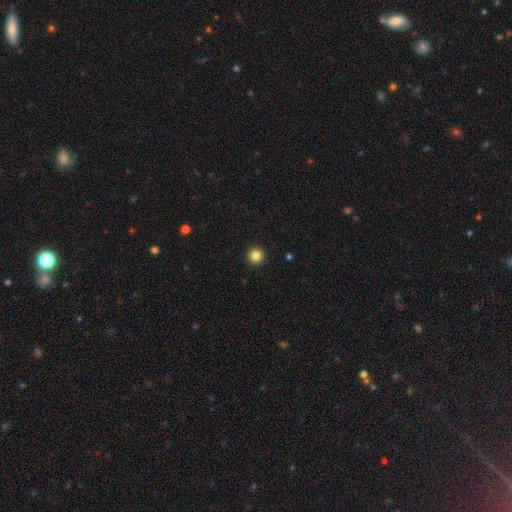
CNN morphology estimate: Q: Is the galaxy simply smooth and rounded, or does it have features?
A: smooth — 84%.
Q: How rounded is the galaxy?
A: round — 96%.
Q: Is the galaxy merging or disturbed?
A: none — 94%.